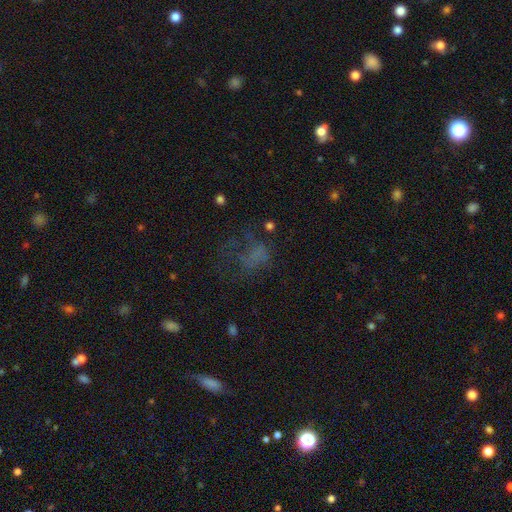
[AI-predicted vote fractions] Q: Smooth or featured?
A: smooth (41%); runner-up: featured or disk (32%)
Q: Merging?
A: major disturbance (43%); runner-up: none (36%)